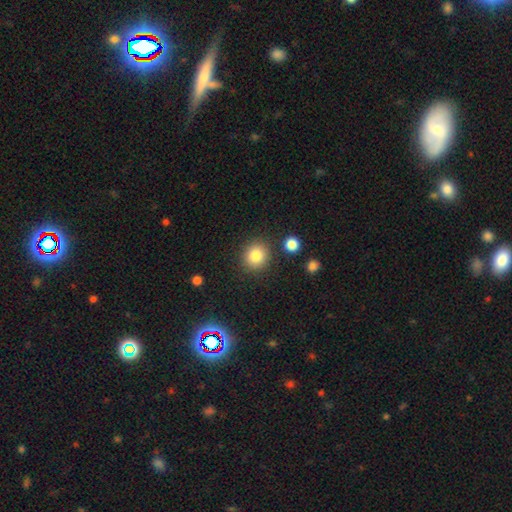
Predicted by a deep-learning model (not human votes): Smooth or featured?
  - smooth: 83% *
  - star or artifact: 10%
  - featured or disk: 7%
How rounded?
  - round: 84% *
  - in between: 15%
  - cigar-shaped: 1%
Merging?
  - none: 86% *
  - minor disturbance: 8%
  - merger: 4%
  - major disturbance: 3%